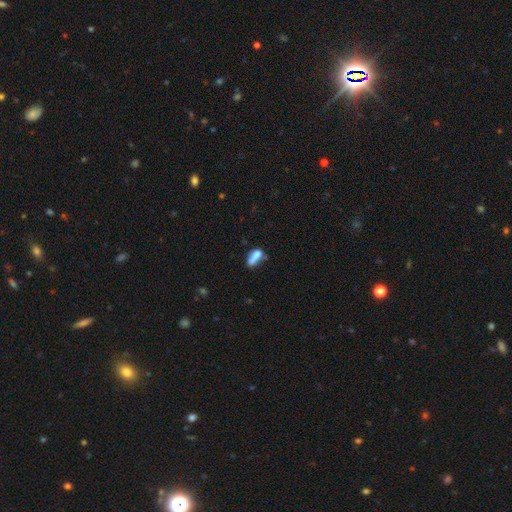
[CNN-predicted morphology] Smooth or featured?
  - smooth: 67% *
  - featured or disk: 21%
  - star or artifact: 11%
How rounded?
  - in between: 63% *
  - cigar-shaped: 30%
  - round: 7%
Merging?
  - none: 32% *
  - merger: 25%
  - minor disturbance: 22%
  - major disturbance: 21%